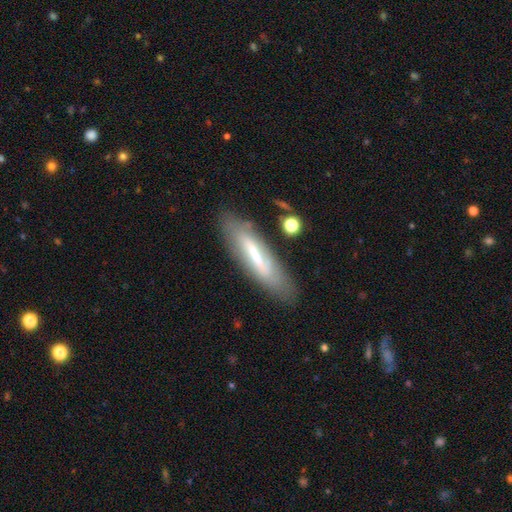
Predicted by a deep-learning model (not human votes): Smooth or featured?
  - featured or disk: 51% *
  - smooth: 41%
  - star or artifact: 7%
Edge-on disk?
  - no: 50% * (tied)
  - yes: 50% * (tied)
Merging?
  - none: 76% *
  - minor disturbance: 15%
  - major disturbance: 5%
  - merger: 3%